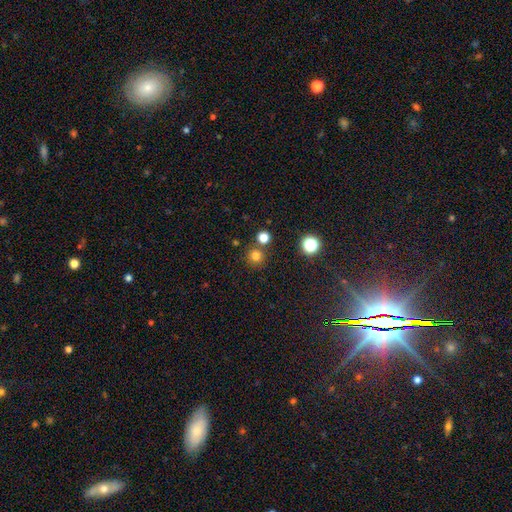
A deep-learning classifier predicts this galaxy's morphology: Q: Smooth or featured?
A: smooth (77%); runner-up: star or artifact (18%)
Q: How rounded?
A: round (94%); runner-up: in between (5%)
Q: Merging?
A: none (79%); runner-up: merger (12%)